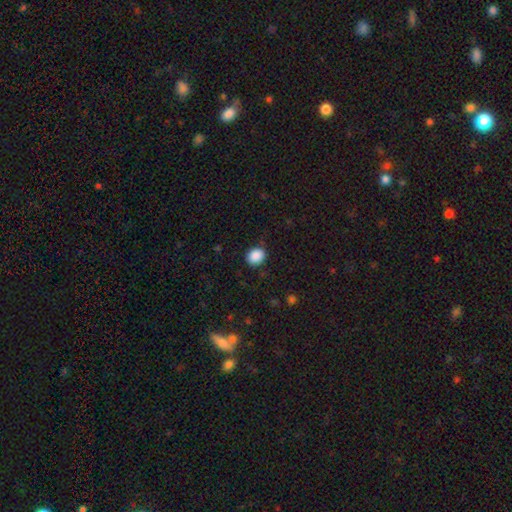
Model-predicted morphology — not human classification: Smooth or featured? Predicted: smooth (p=0.88). How rounded? Predicted: round (p=0.59). Merging? Predicted: none (p=0.84).